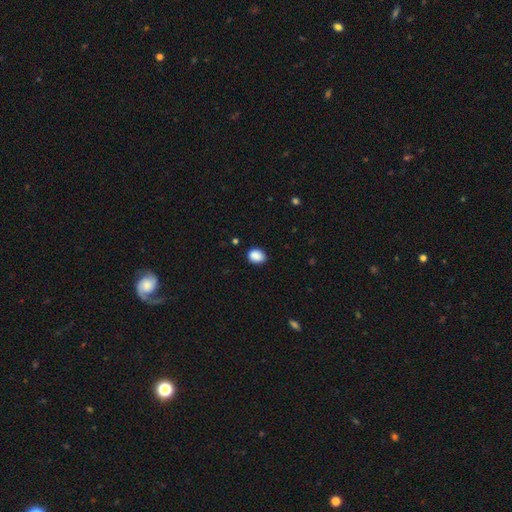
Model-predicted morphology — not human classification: Smooth or featured? Predicted: smooth (p=0.89). How rounded? Predicted: in between (p=0.56). Merging? Predicted: none (p=0.84).